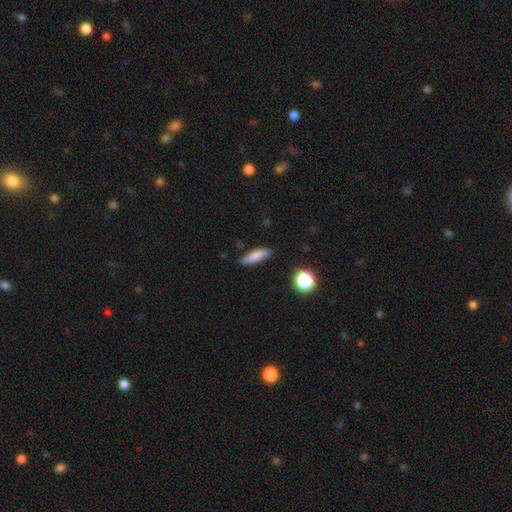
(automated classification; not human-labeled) smooth 80%, featured or disk 12%, star or artifact 9%. Down the decision tree: how rounded — cigar-shaped (54%); merging — none (80%).